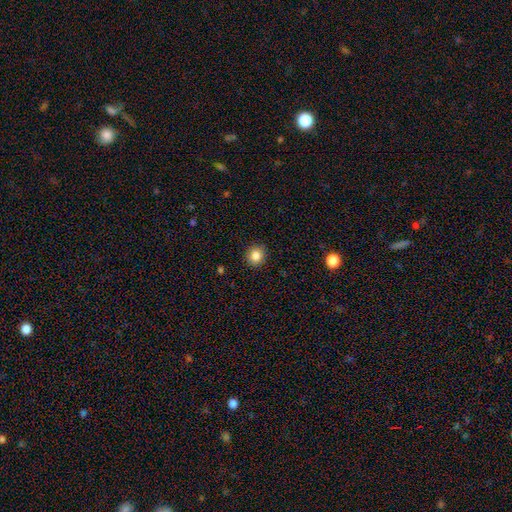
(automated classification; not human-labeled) smooth_or_featured: smooth (p=0.84) [alt: star or artifact p=0.11]
how_rounded: round (p=0.87) [alt: in between p=0.12]
merging: none (p=0.91) [alt: minor disturbance p=0.06]